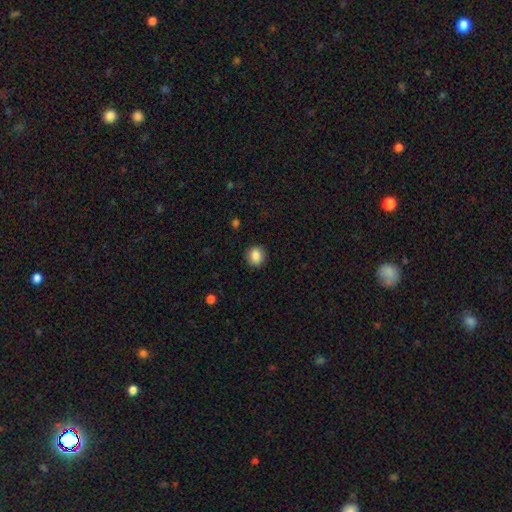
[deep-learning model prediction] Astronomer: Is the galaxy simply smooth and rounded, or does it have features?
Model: smooth — 87%.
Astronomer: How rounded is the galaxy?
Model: round — 81%.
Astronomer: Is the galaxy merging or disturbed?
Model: none — 90%.